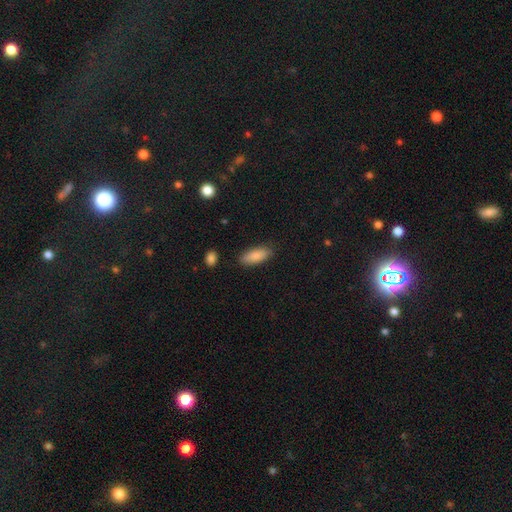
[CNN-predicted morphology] Smooth or featured?
  - smooth: 86% *
  - featured or disk: 8%
  - star or artifact: 6%
How rounded?
  - in between: 77% *
  - cigar-shaped: 21%
  - round: 2%
Merging?
  - none: 85% *
  - minor disturbance: 11%
  - major disturbance: 2%
  - merger: 2%